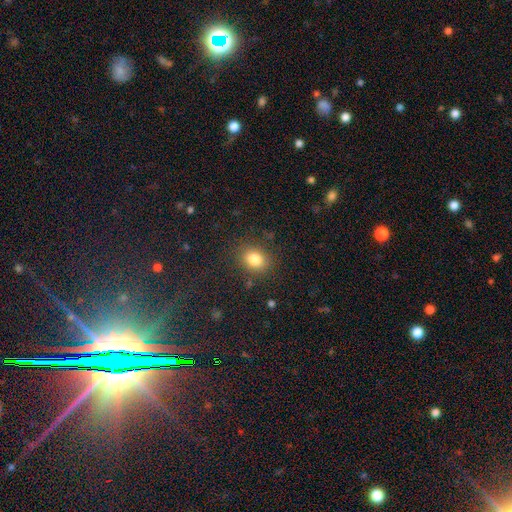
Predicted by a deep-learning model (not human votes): A smooth galaxy with no disk features (75%) that is round (65%). Merging: none (89%).